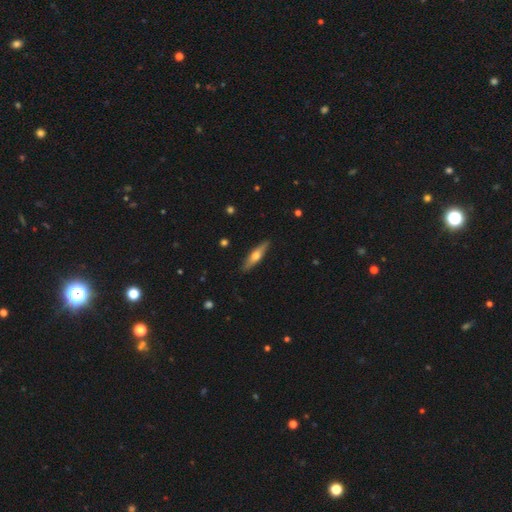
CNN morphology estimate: Smooth or featured: featured or disk — 50% (smooth — 44%)
Edge-on disk: yes — 91% (no — 9%)
Merging: none — 89% (minor disturbance — 8%)